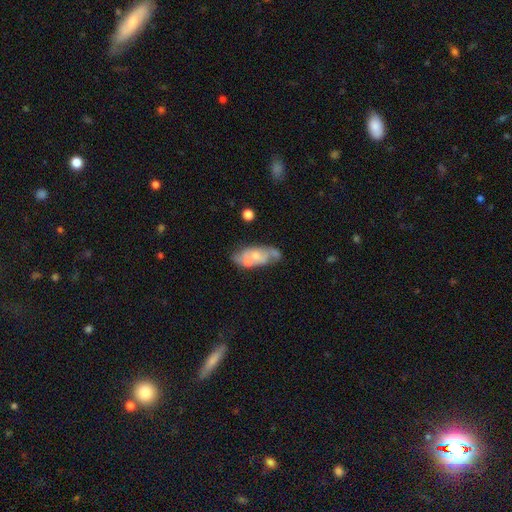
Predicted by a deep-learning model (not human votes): Smooth or featured? featured or disk (54%)
Edge-on disk? no (89%)
Merging? none (44%)